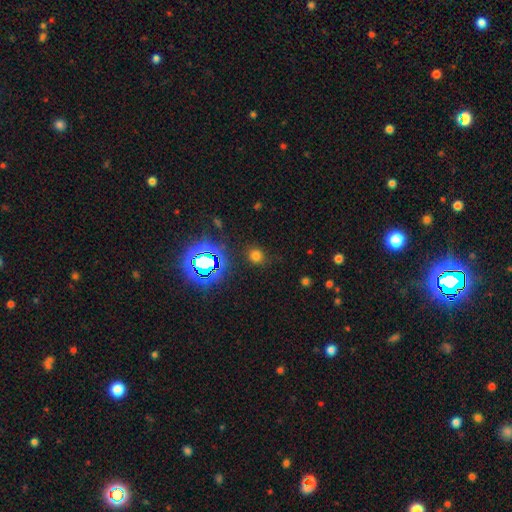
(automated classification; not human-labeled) Q: Smooth or featured?
A: smooth (65%); runner-up: star or artifact (29%)
Q: How rounded?
A: round (81%); runner-up: in between (17%)
Q: Merging?
A: none (83%); runner-up: minor disturbance (10%)